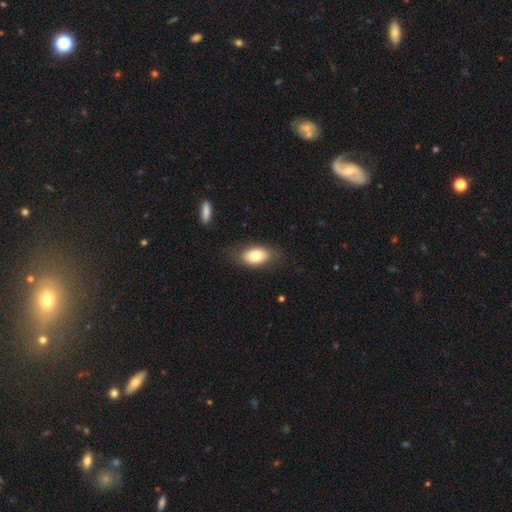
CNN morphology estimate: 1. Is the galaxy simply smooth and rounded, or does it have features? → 77% smooth, 16% featured or disk, 7% star or artifact.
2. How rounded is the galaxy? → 91% in between, 6% round, 3% cigar-shaped.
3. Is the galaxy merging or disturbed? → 79% none, 15% minor disturbance, 5% major disturbance, 2% merger.